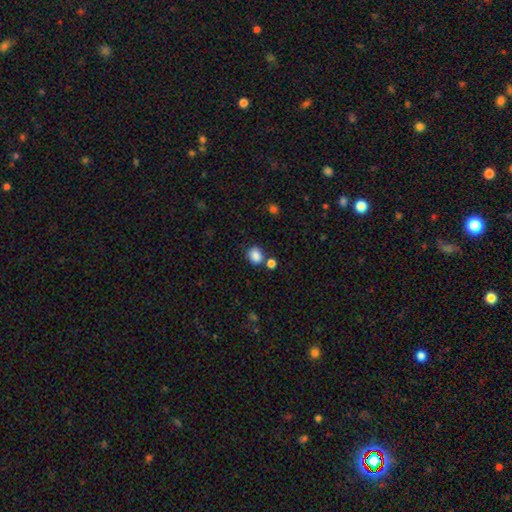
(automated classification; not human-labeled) A smooth galaxy with no disk features (86%) that is round (61%).

Vote fractions:
- Smooth or featured? smooth: 86% / star or artifact: 9% / featured or disk: 5%
- How rounded? round: 61% / in between: 38% / cigar-shaped: 1%
- Merging? none: 68% / merger: 16% / minor disturbance: 12% / major disturbance: 4%